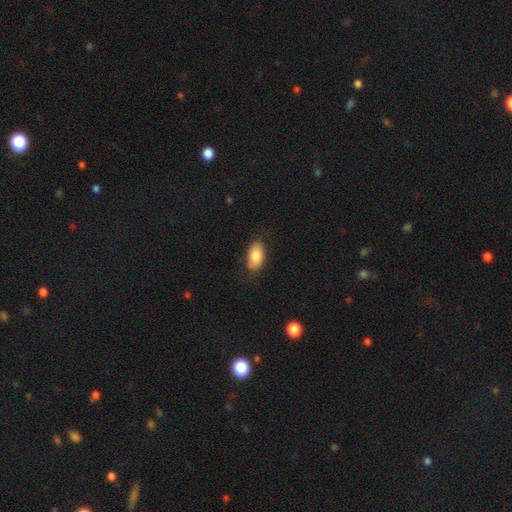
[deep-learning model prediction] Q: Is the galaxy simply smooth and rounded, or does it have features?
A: smooth — 83%.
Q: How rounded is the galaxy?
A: in between — 93%.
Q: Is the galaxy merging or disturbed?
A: none — 78%.